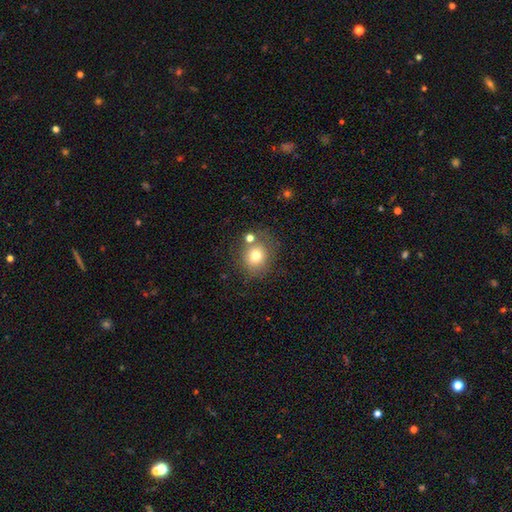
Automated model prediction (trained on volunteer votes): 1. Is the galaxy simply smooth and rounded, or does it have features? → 73% smooth, 14% featured or disk, 13% star or artifact.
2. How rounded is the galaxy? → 80% round, 19% in between, 1% cigar-shaped.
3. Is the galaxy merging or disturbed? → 69% none, 13% merger, 13% minor disturbance, 6% major disturbance.